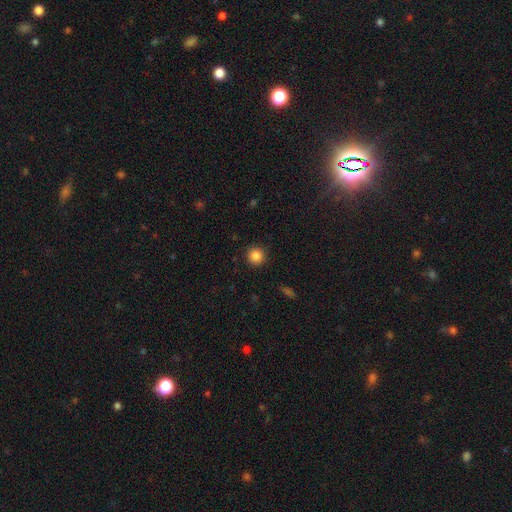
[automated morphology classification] smooth_or_featured: smooth (p=0.86) [alt: star or artifact p=0.10]
how_rounded: round (p=0.95) [alt: in between p=0.04]
merging: none (p=0.91) [alt: minor disturbance p=0.06]